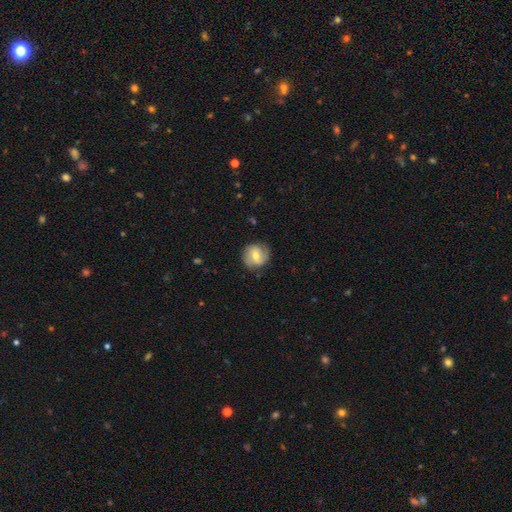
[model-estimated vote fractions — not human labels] Smooth or featured? Predicted: smooth (p=0.49). Merging? Predicted: none (p=0.80).